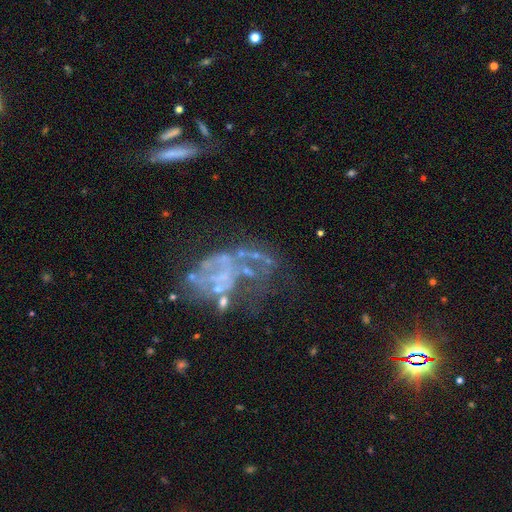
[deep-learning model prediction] Q: Smooth or featured?
A: featured or disk (70%); runner-up: star or artifact (17%)
Q: Edge-on disk?
A: no (98%); runner-up: yes (2%)
Q: Bar?
A: no (84%); runner-up: weak (12%)
Q: Spiral arms?
A: no (76%); runner-up: yes (24%)
Q: Bulge size?
A: none (77%); runner-up: small (13%)
Q: Merging?
A: major disturbance (42%); runner-up: none (28%)